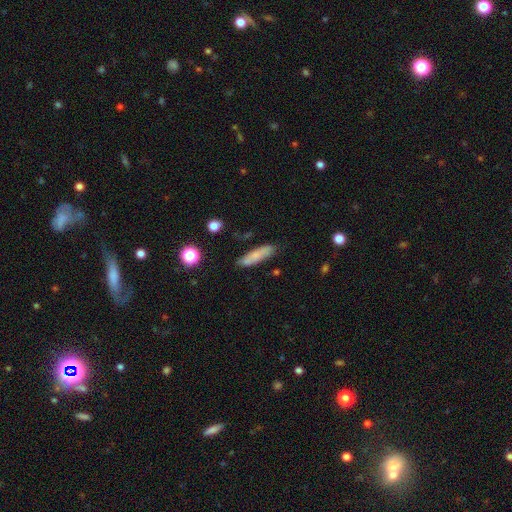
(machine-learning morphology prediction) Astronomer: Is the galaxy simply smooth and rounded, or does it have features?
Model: smooth — 73%.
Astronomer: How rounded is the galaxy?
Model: cigar-shaped — 69%.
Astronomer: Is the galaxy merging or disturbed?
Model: none — 77%.